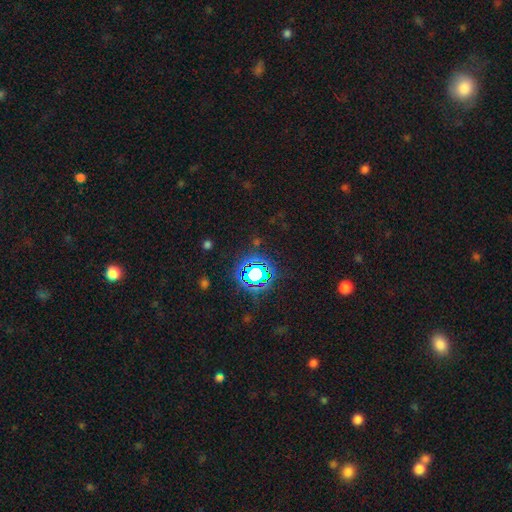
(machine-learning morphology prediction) Smooth or featured? star or artifact (75%)